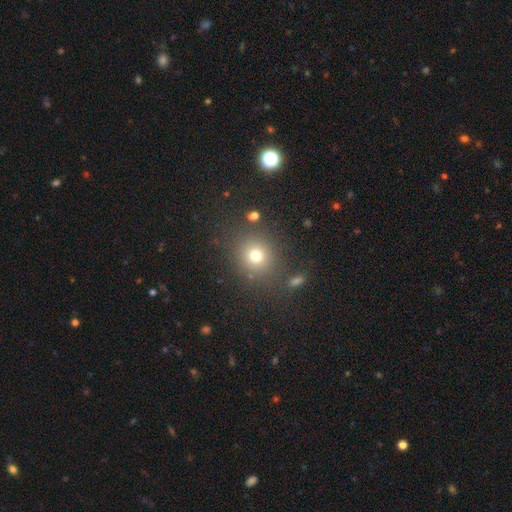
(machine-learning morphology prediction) Smooth or featured?
  - smooth: 75% *
  - star or artifact: 16%
  - featured or disk: 8%
How rounded?
  - round: 84% *
  - in between: 15%
  - cigar-shaped: 1%
Merging?
  - none: 81% *
  - minor disturbance: 10%
  - merger: 5%
  - major disturbance: 4%